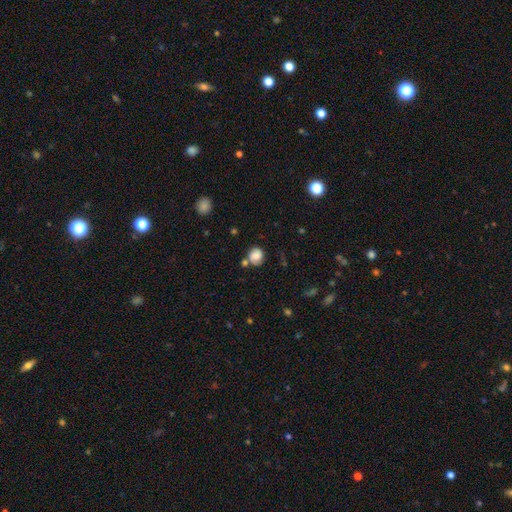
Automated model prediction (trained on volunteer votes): Smooth or featured: smooth — 72% (featured or disk — 18%)
How rounded: round — 75% (in between — 24%)
Merging: none — 55% (minor disturbance — 20%)